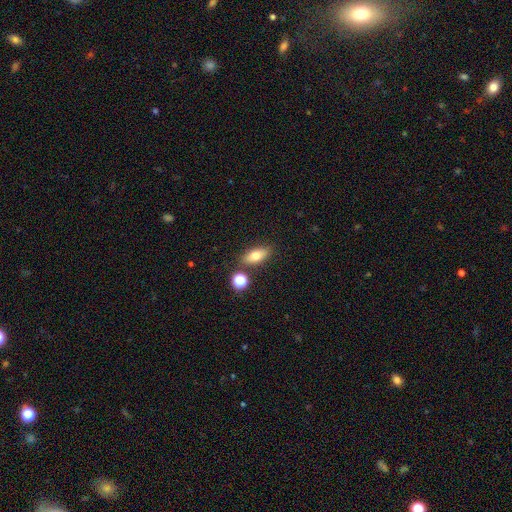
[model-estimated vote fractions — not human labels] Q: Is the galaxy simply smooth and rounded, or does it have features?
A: smooth — 71%.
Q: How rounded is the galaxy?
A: in between — 77%.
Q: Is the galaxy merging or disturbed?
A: none — 80%.